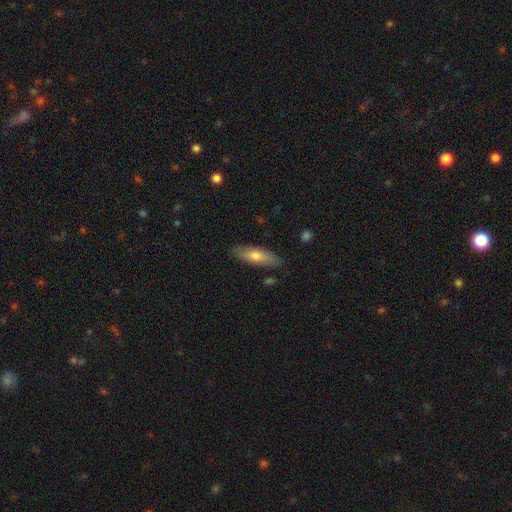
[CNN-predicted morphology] This appears to be a smooth galaxy with no disk features (64%) that is cigar-shaped (50%). Merging: none (85%).